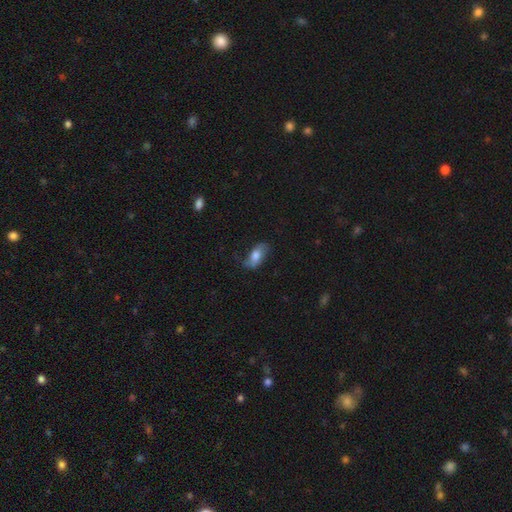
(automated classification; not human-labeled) Smooth or featured?
  - smooth: 59% *
  - featured or disk: 33%
  - star or artifact: 7%
How rounded?
  - in between: 86% *
  - cigar-shaped: 9%
  - round: 4%
Merging?
  - none: 63% *
  - minor disturbance: 24%
  - major disturbance: 11%
  - merger: 2%